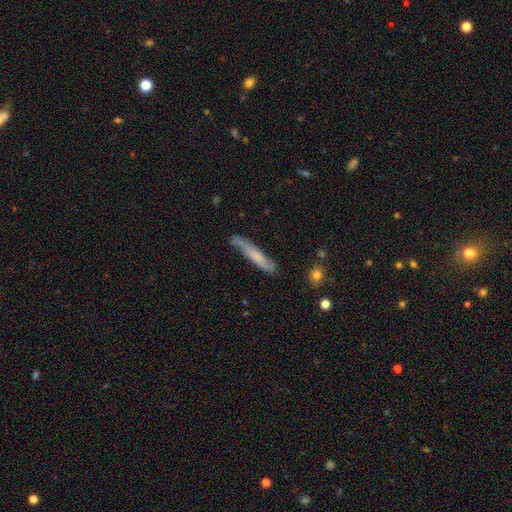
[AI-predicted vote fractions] Smooth or featured?
  - featured or disk: 48% *
  - smooth: 45%
  - star or artifact: 6%
Merging?
  - none: 67% *
  - minor disturbance: 24%
  - major disturbance: 6%
  - merger: 3%